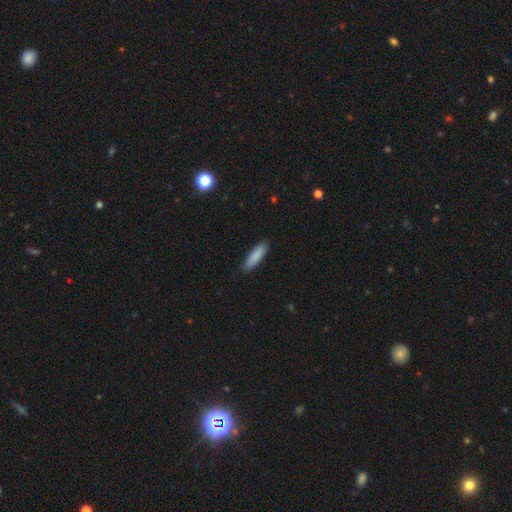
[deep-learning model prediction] smooth 87%, featured or disk 7%, star or artifact 6%. Down the decision tree: how rounded — cigar-shaped (66%); merging — none (87%).